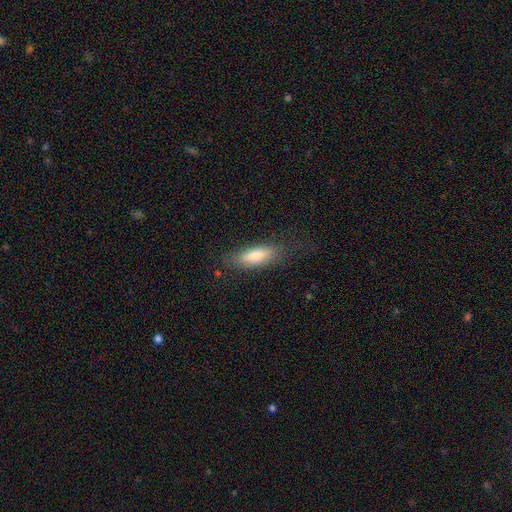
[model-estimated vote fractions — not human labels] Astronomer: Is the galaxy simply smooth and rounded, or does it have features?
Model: smooth — 70%.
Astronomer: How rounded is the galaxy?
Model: in between — 55% (runner-up: cigar-shaped, 43%).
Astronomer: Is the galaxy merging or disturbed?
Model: none — 74%.